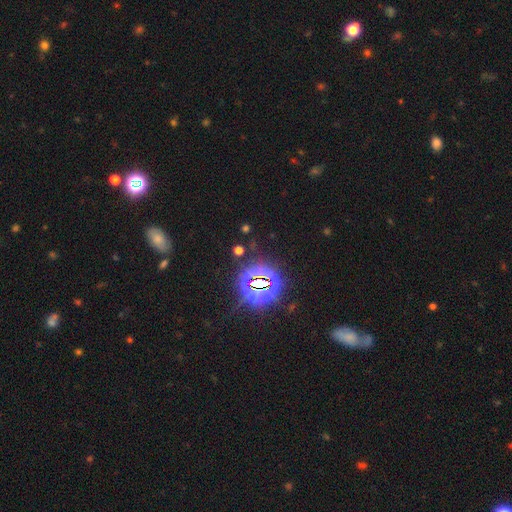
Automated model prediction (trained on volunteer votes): This is likely a star or artifact rather than a galaxy (76%).